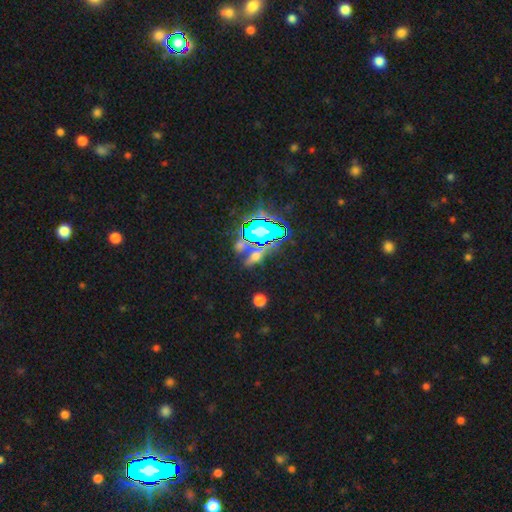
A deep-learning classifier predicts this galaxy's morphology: This is possibly a star or artifact rather than a galaxy (50%).